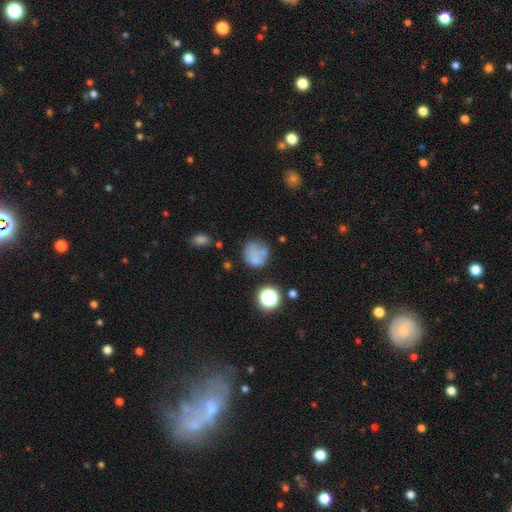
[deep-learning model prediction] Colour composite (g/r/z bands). It shows a smooth galaxy with no disk features (65%) that is round (79%). Merging: none (51%).